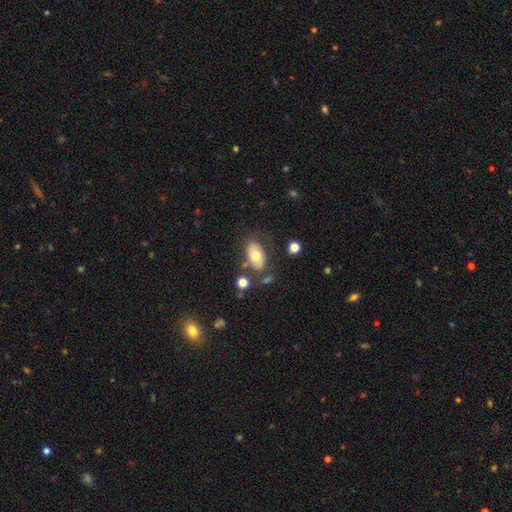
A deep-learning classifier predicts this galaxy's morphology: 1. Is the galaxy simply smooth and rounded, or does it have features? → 67% smooth, 26% featured or disk, 7% star or artifact.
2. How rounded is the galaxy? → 91% in between, 8% round, 2% cigar-shaped.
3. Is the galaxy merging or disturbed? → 67% none, 17% minor disturbance, 9% merger, 7% major disturbance.